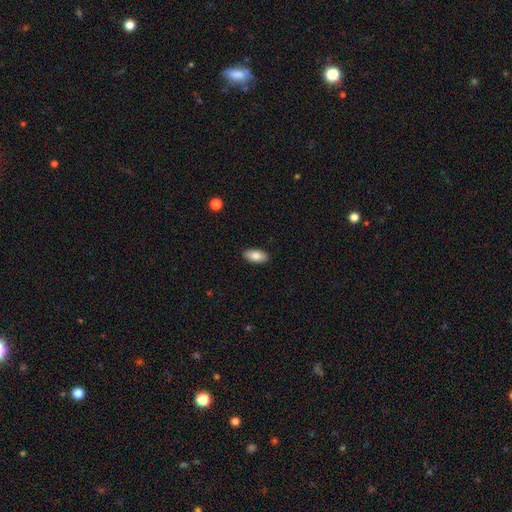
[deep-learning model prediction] Morphology: type=smooth (84%); roundness=in between (93%); merging=none (89%).